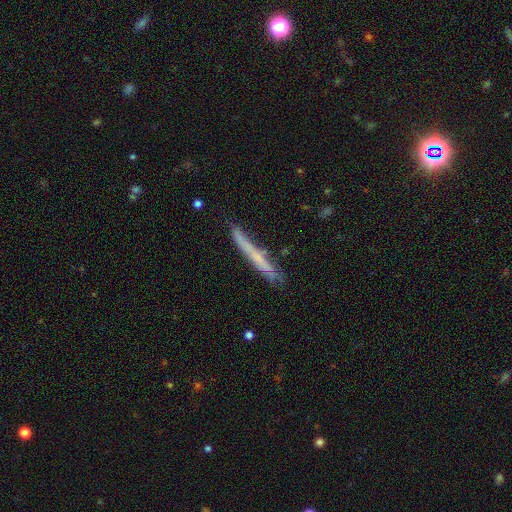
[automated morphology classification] This appears to be a smooth galaxy with no disk features (48%). Merging: none (78%).